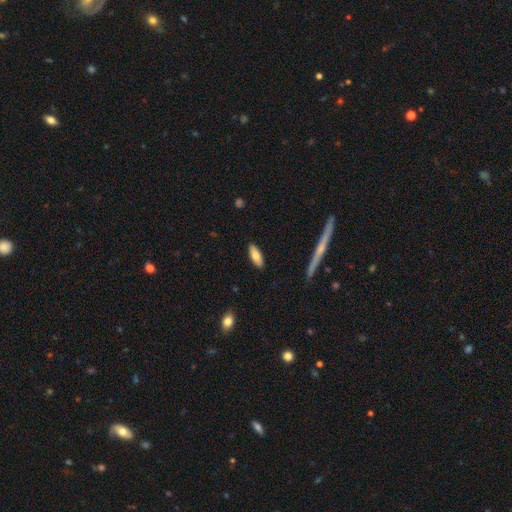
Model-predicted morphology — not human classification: Smooth or featured: smooth — 76% (featured or disk — 18%)
How rounded: in between — 68% (cigar-shaped — 30%)
Merging: none — 88% (minor disturbance — 9%)